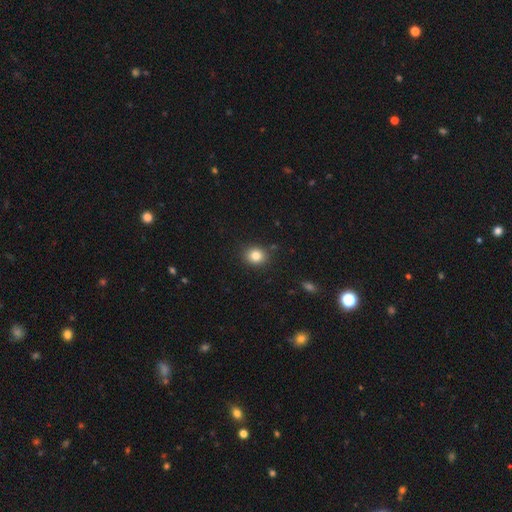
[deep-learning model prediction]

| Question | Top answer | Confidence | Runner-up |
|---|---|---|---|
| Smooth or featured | smooth | 82% | star or artifact (11%) |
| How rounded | round | 70% | in between (29%) |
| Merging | none | 87% | minor disturbance (9%) |